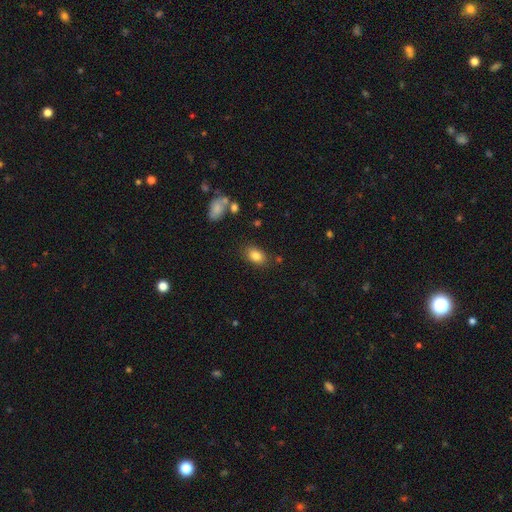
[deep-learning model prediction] Q: Smooth or featured?
A: smooth (83%); runner-up: star or artifact (9%)
Q: How rounded?
A: in between (84%); runner-up: round (15%)
Q: Merging?
A: none (81%); runner-up: minor disturbance (12%)